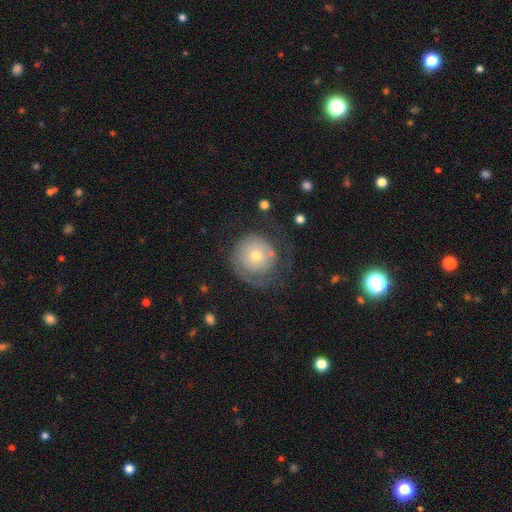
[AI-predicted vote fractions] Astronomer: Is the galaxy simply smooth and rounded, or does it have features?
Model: featured or disk — 49% (runner-up: smooth, 43%).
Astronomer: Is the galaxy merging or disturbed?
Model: none — 53%.